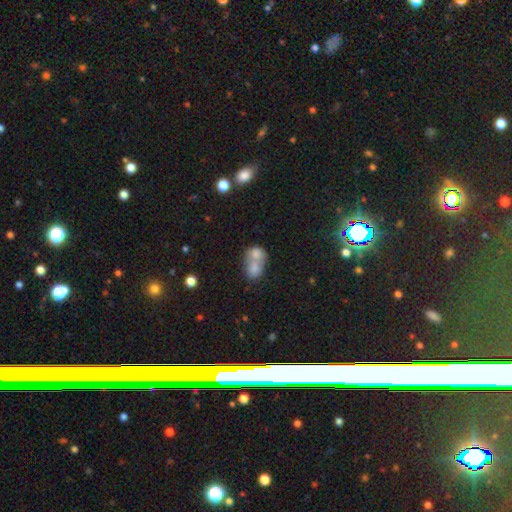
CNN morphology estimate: smooth 76%, featured or disk 16%, star or artifact 8%. Down the decision tree: how rounded — in between (53%); merging — merger (77%).